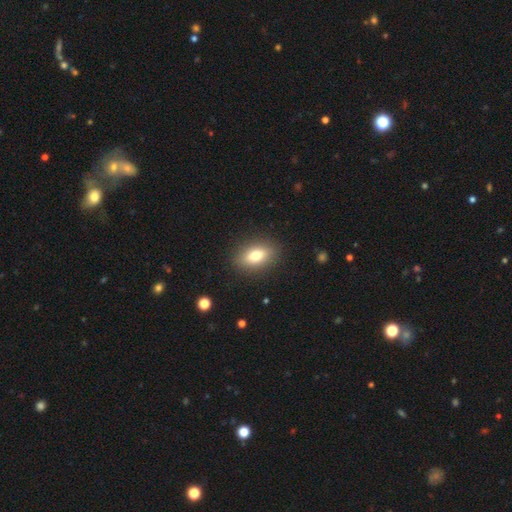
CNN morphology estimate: type=smooth (77%); roundness=in between (84%); merging=none (88%).